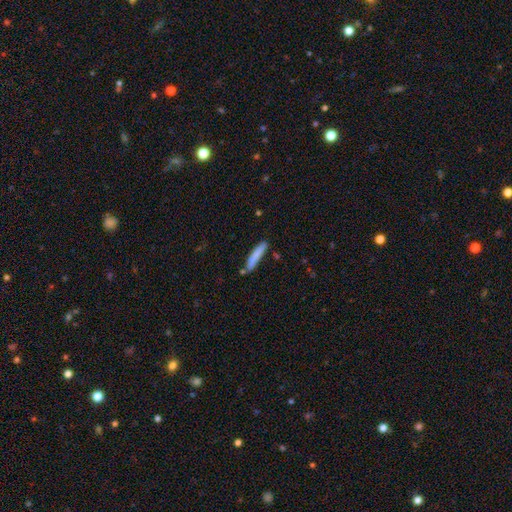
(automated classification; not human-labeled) Morphology: type=smooth (80%); roundness=cigar-shaped (90%); merging=none (73%).